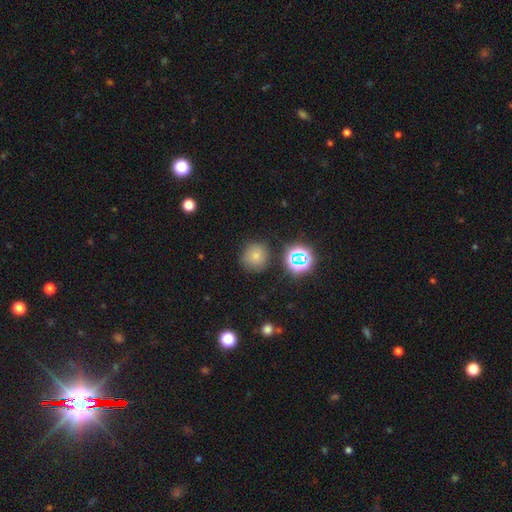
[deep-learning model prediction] Smooth or featured?
  - smooth: 71% *
  - star or artifact: 20%
  - featured or disk: 9%
How rounded?
  - round: 89% *
  - in between: 10%
  - cigar-shaped: 1%
Merging?
  - none: 82% *
  - minor disturbance: 11%
  - merger: 4%
  - major disturbance: 3%